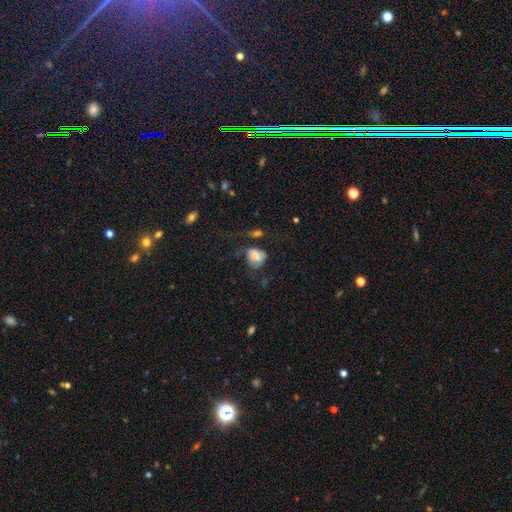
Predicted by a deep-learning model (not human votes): Morphology: type=smooth (62%); roundness=in between (49%, tied with round); merging=none (37%).